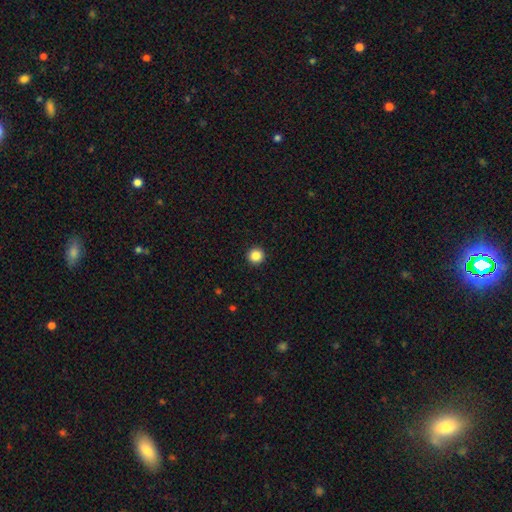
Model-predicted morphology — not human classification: Smooth or featured? Predicted: smooth (p=0.87). How rounded? Predicted: round (p=0.96). Merging? Predicted: none (p=0.94).